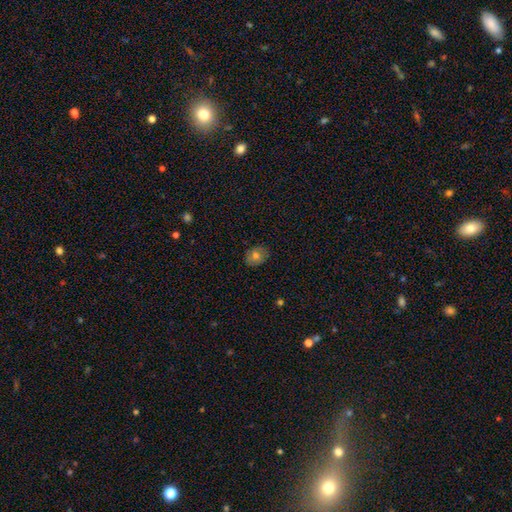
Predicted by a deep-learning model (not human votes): This appears to be a smooth galaxy with no disk features (74%) that is in between round and cigar-shaped (52%). Merging: none (83%).